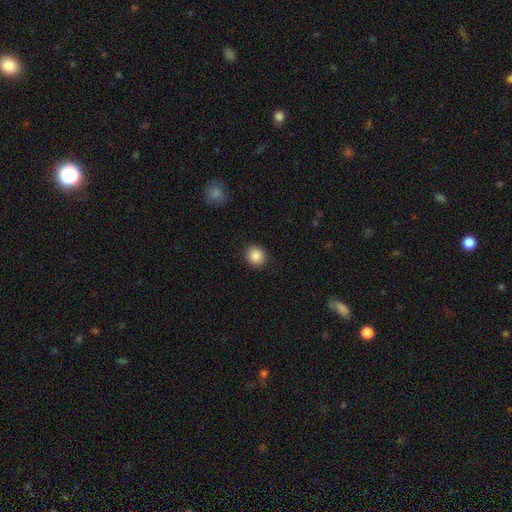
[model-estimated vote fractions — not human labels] A smooth galaxy with no disk features (87%) that is round (76%).

Vote fractions:
- Smooth or featured? smooth: 87% / star or artifact: 9% / featured or disk: 5%
- How rounded? round: 76% / in between: 23% / cigar-shaped: 1%
- Merging? none: 90% / minor disturbance: 7% / major disturbance: 2% / merger: 1%